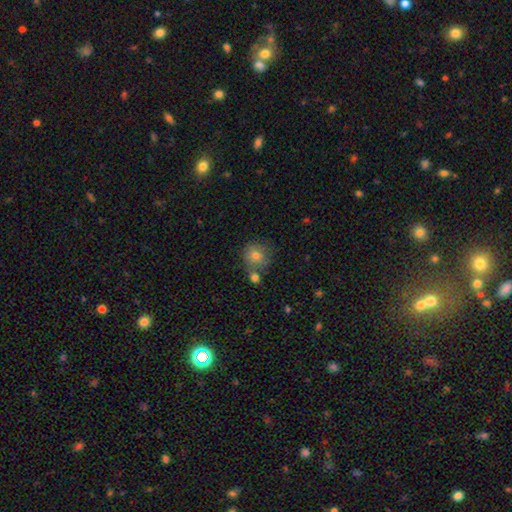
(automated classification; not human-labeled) Smooth or featured?
  - smooth: 78% *
  - featured or disk: 12%
  - star or artifact: 9%
How rounded?
  - round: 85% *
  - in between: 14%
  - cigar-shaped: 1%
Merging?
  - none: 57% *
  - merger: 22%
  - minor disturbance: 15%
  - major disturbance: 5%